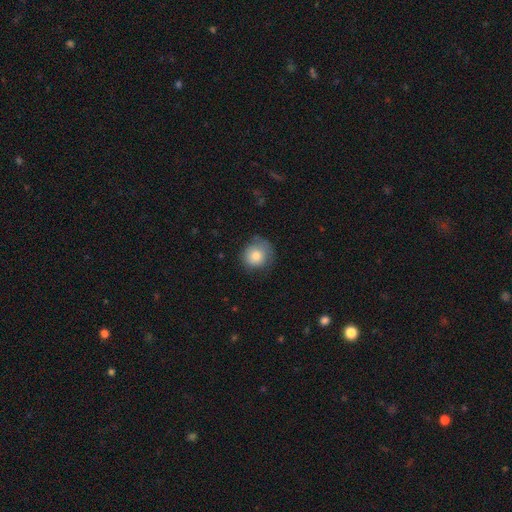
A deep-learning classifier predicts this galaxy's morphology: The model was most divided on "merging": none: 64%, minor disturbance: 26%, major disturbance: 9%, merger: 2%. More confident: how rounded — round (86%); smooth or featured — smooth (81%).